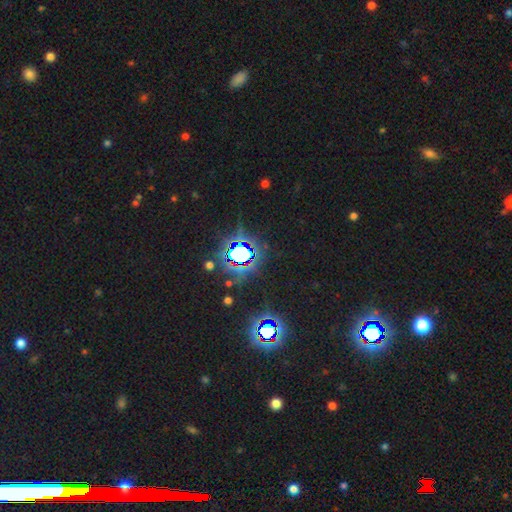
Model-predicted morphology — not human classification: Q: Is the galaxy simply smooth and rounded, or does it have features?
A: star or artifact — 83%.